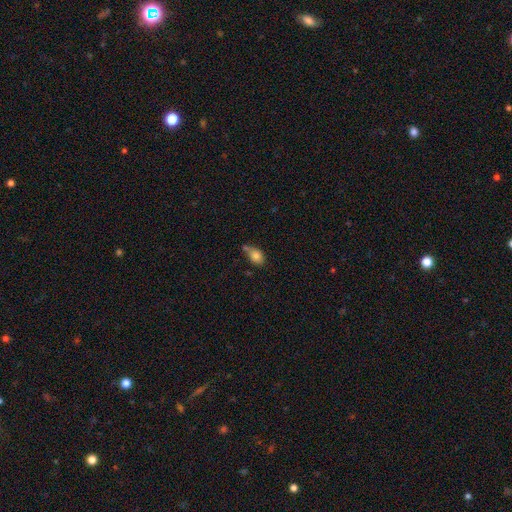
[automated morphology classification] smooth-or-featured: smooth: 80% | featured or disk: 11% | star or artifact: 9%
  how-rounded: in between: 78% | round: 19% | cigar-shaped: 3%
  merging: none: 47% | minor disturbance: 28% | merger: 18% | major disturbance: 8%